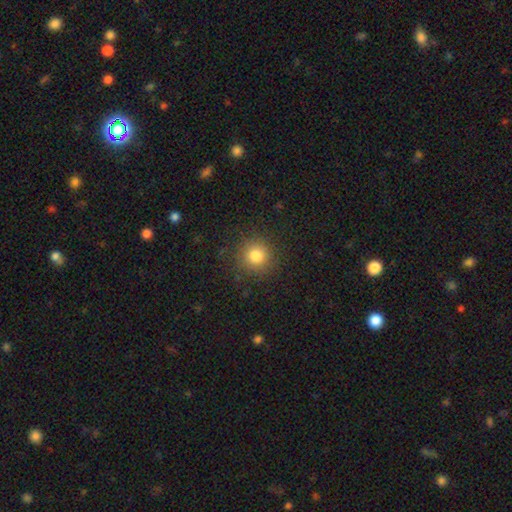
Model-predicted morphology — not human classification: A smooth galaxy with no disk features (81%) that is round (93%).

Vote fractions:
- Smooth or featured? smooth: 81% / star or artifact: 12% / featured or disk: 6%
- How rounded? round: 93% / in between: 6% / cigar-shaped: 1%
- Merging? none: 88% / minor disturbance: 8% / major disturbance: 3% / merger: 1%